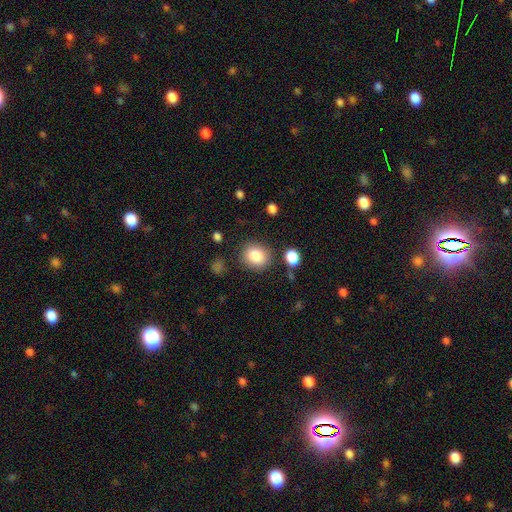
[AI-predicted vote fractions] A smooth galaxy with no disk features (85%) that is round (73%).

Vote fractions:
- Smooth or featured? smooth: 85% / star or artifact: 9% / featured or disk: 6%
- How rounded? round: 73% / in between: 26% / cigar-shaped: 1%
- Merging? none: 83% / minor disturbance: 10% / major disturbance: 4% / merger: 4%